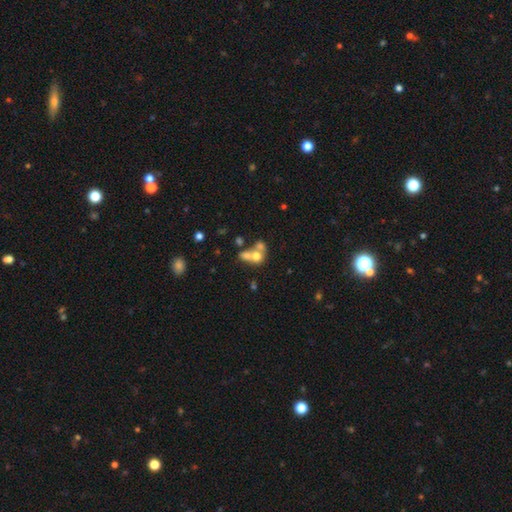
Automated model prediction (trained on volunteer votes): smooth 59%, featured or disk 27%, star or artifact 13%. Down the decision tree: how rounded — round (62%); merging — merger (62%).